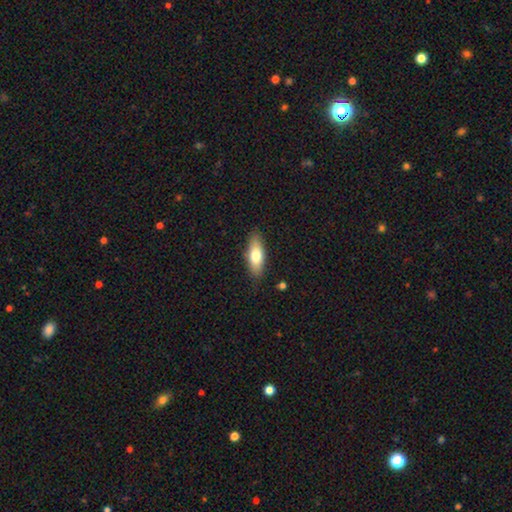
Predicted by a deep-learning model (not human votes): Morphology: type=smooth (73%); roundness=in between (69%); merging=none (86%).